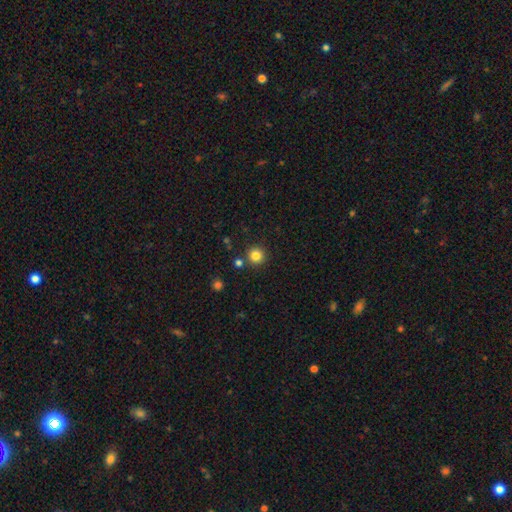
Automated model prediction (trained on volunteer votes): A smooth galaxy with no disk features (82%) that is round (95%). Merging: none (86%).